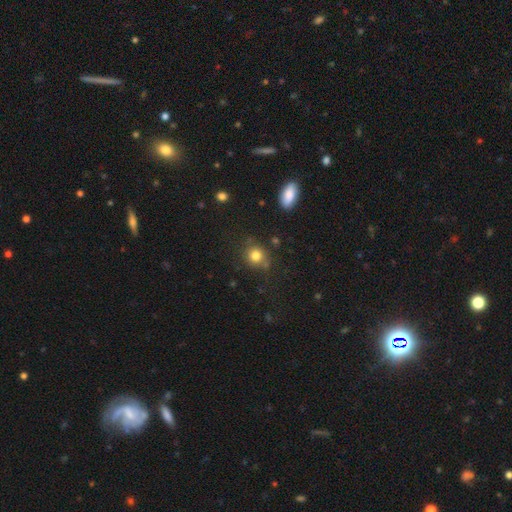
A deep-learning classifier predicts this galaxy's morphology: Q: Smooth or featured?
A: smooth (81%); runner-up: star or artifact (12%)
Q: How rounded?
A: round (80%); runner-up: in between (19%)
Q: Merging?
A: none (74%); runner-up: minor disturbance (17%)